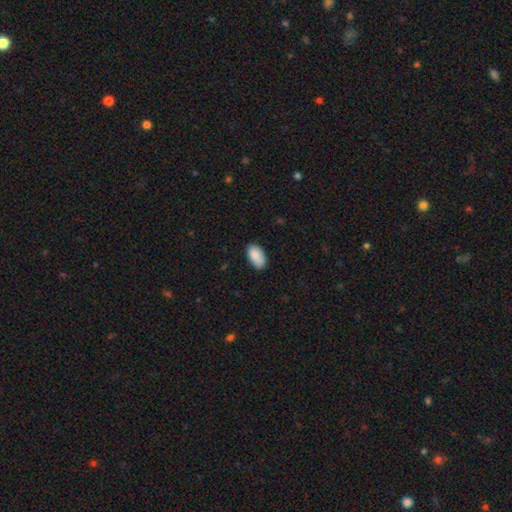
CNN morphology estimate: A smooth galaxy with no disk features (88%) that is in between round and cigar-shaped (95%). Merging: none (79%).